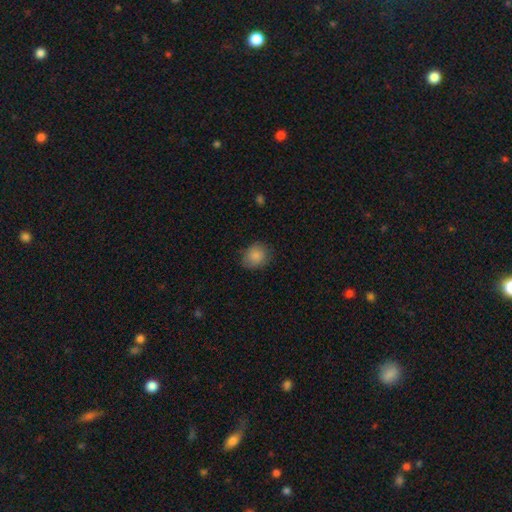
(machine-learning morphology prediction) smooth-or-featured: smooth: 86% | star or artifact: 8% | featured or disk: 5%
  how-rounded: round: 66% | in between: 33% | cigar-shaped: 1%
  merging: none: 79% | minor disturbance: 16% | major disturbance: 4% | merger: 1%